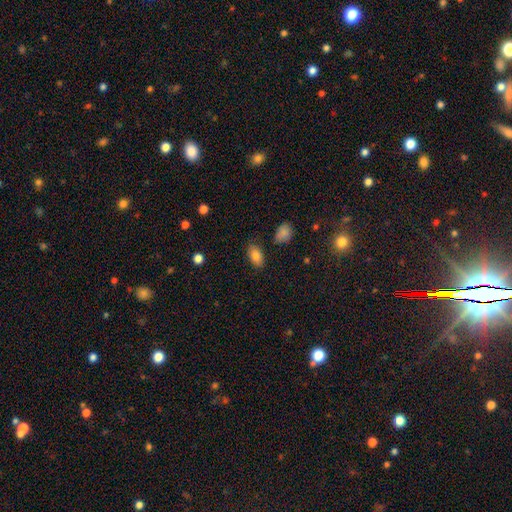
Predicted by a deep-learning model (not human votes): This appears to be a smooth galaxy with no disk features (83%) that is in between round and cigar-shaped (92%). Merging: none (82%).